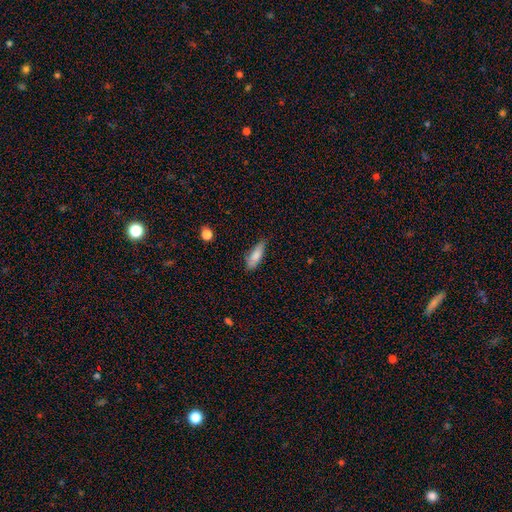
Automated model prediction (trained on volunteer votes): smooth 80%, featured or disk 14%, star or artifact 7%. Down the decision tree: how rounded — in between (56%); merging — none (71%).